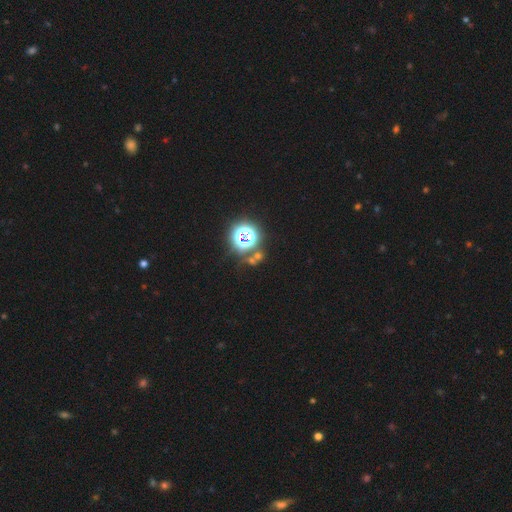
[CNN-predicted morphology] smooth-or-featured: star or artifact: 70% | smooth: 21% | featured or disk: 9%